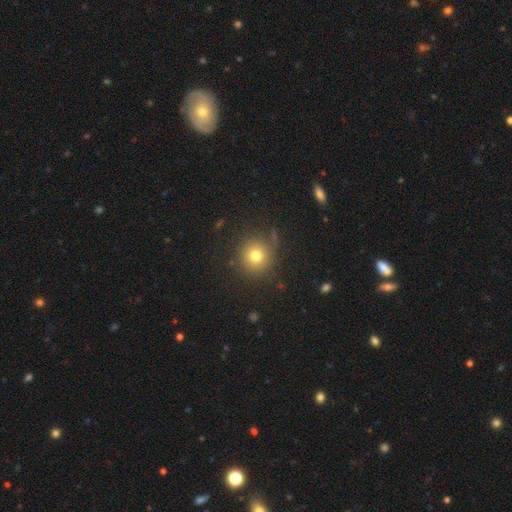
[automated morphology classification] type=smooth (77%); roundness=round (93%); merging=none (84%).